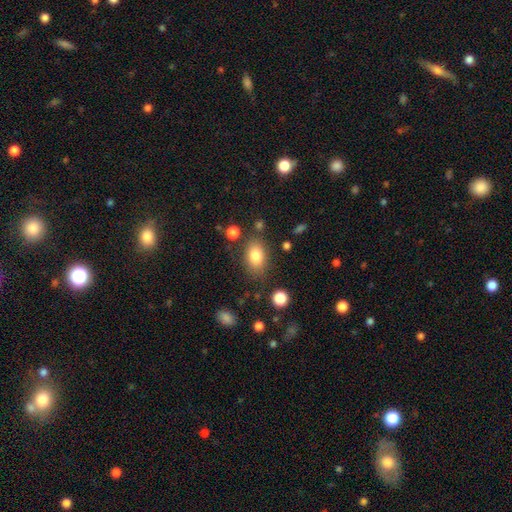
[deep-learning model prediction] This is clearly a smooth galaxy (82%). How rounded: clearly in between (84%). Merging: likely none (76%).